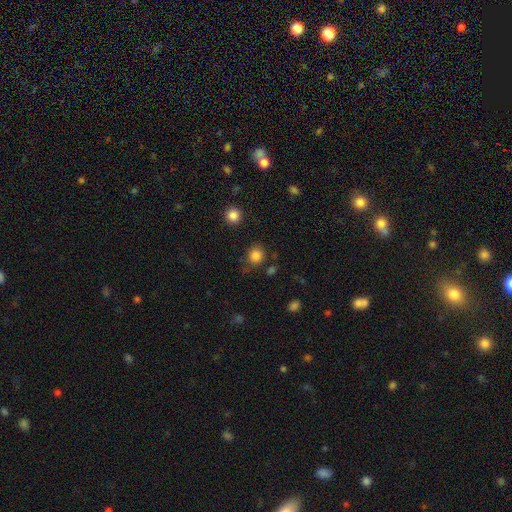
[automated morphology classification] Smooth or featured? smooth (83%)
How rounded? round (80%)
Merging? none (79%)